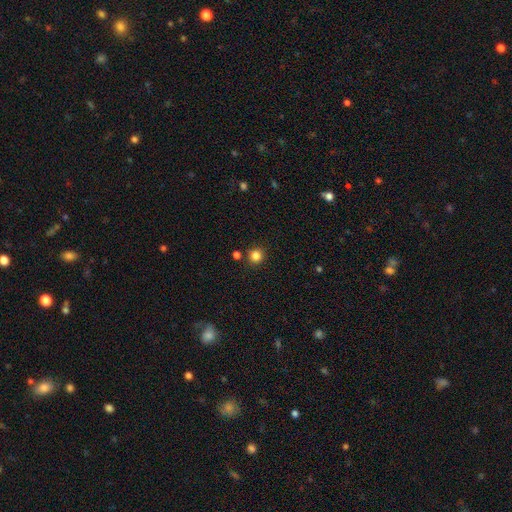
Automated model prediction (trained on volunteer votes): Smooth or featured?
  - smooth: 83% *
  - star or artifact: 13%
  - featured or disk: 4%
How rounded?
  - round: 92% *
  - in between: 7%
  - cigar-shaped: 1%
Merging?
  - none: 87% *
  - minor disturbance: 7%
  - merger: 5%
  - major disturbance: 2%